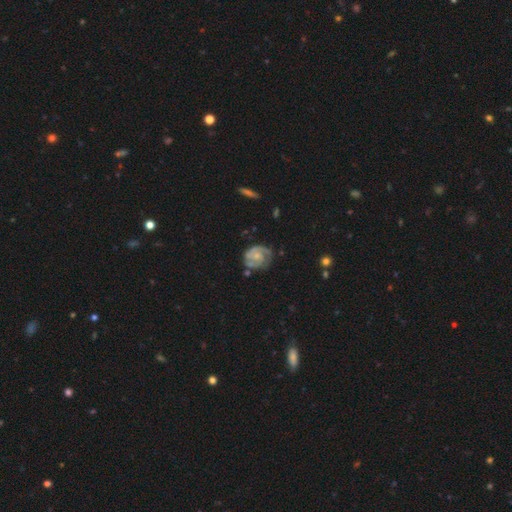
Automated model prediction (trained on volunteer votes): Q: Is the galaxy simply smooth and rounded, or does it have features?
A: featured or disk — 80%.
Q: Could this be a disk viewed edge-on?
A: no — 98%.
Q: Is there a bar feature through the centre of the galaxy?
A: no — 62%.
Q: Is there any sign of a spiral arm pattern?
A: yes — 94%.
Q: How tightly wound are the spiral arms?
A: tight — 56%.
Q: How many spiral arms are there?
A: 2 — 61%.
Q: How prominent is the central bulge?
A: small — 52%.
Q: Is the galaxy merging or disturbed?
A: none — 62%.